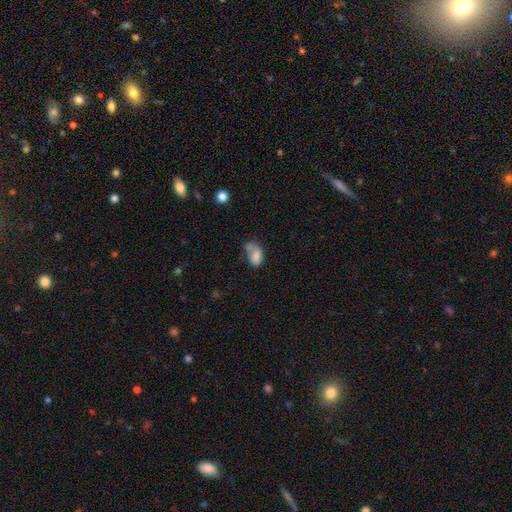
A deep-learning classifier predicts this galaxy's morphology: Smooth or featured? smooth (75%)
How rounded? in between (87%)
Merging? none (30%)